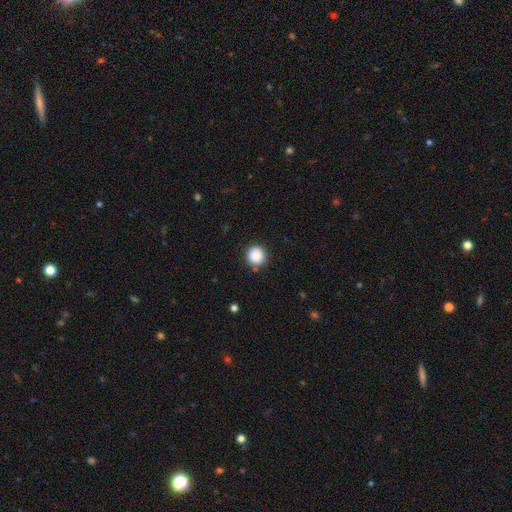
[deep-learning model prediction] Smooth or featured: smooth — 88% (star or artifact — 9%)
How rounded: round — 93% (in between — 6%)
Merging: none — 87% (minor disturbance — 8%)